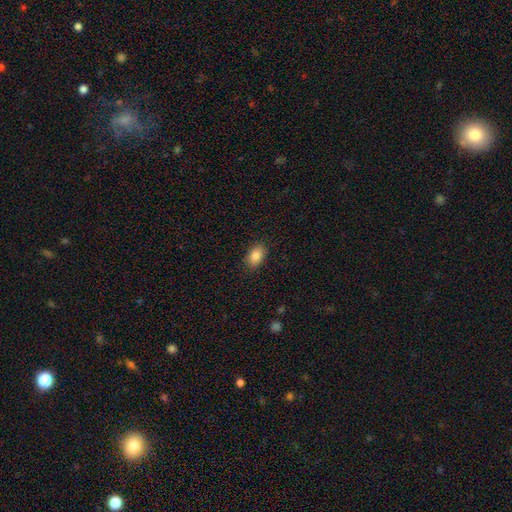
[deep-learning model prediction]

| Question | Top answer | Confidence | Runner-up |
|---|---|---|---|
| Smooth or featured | smooth | 86% | star or artifact (8%) |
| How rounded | in between | 87% | round (11%) |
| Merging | none | 88% | minor disturbance (9%) |